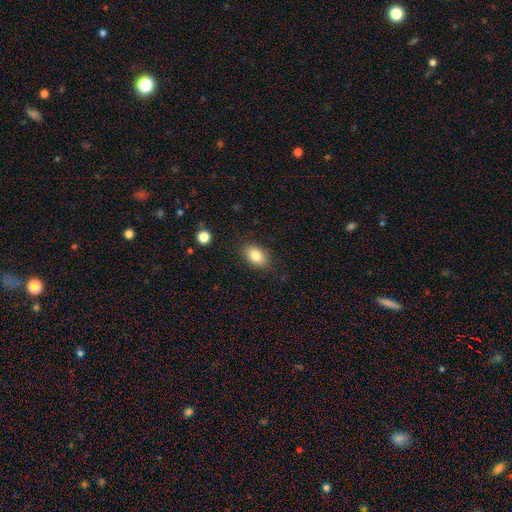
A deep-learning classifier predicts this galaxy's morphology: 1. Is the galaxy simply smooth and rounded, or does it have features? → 83% smooth, 9% featured or disk, 8% star or artifact.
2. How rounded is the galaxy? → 85% in between, 14% round, 1% cigar-shaped.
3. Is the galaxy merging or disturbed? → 85% none, 11% minor disturbance, 3% major disturbance, 1% merger.